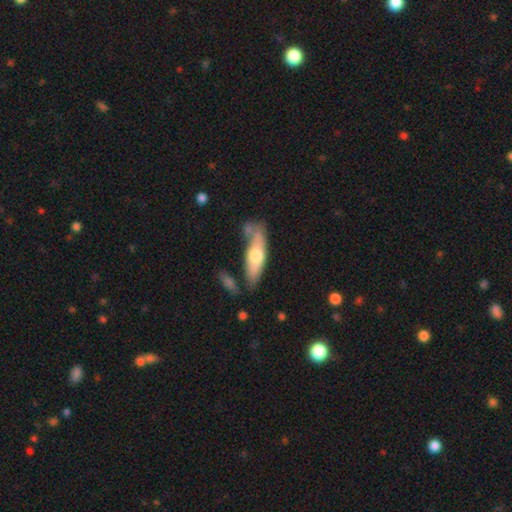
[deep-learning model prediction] smooth 57%, featured or disk 37%, star or artifact 5%. Down the decision tree: how rounded — cigar-shaped (49%); merging — none (53%).